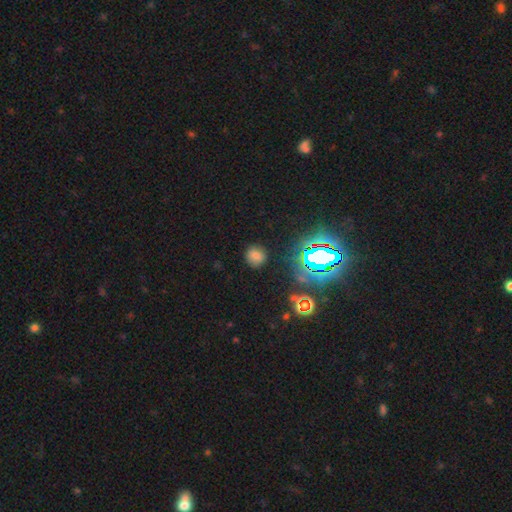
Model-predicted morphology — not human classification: Smooth or featured? Predicted: smooth (p=0.64). How rounded? Predicted: round (p=0.81). Merging? Predicted: none (p=0.85).